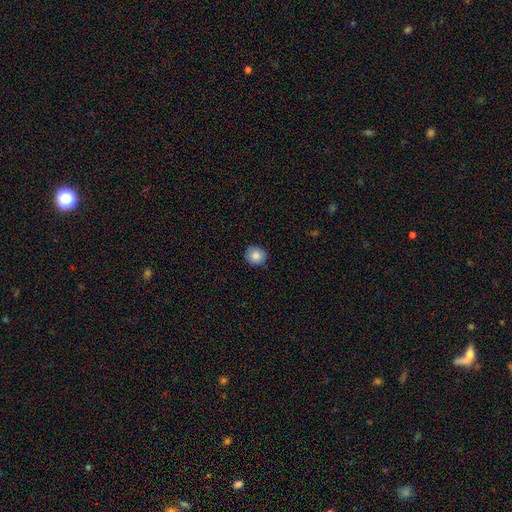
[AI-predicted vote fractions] Smooth or featured? smooth (85%)
How rounded? round (88%)
Merging? none (88%)